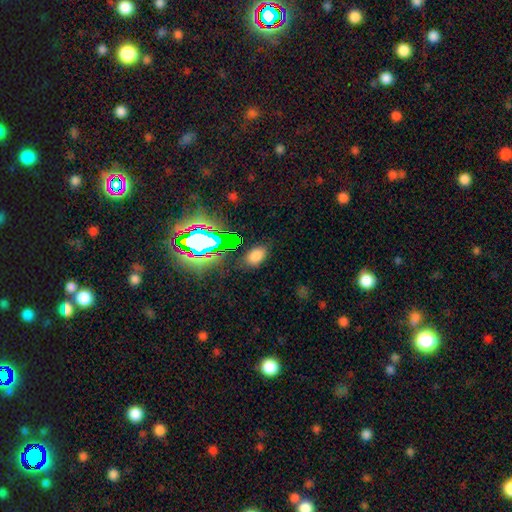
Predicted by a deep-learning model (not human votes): A smooth galaxy with no disk features (72%) that is in between round and cigar-shaped (87%).

Vote fractions:
- Smooth or featured? smooth: 72% / star or artifact: 21% / featured or disk: 7%
- How rounded? in between: 87% / round: 12% / cigar-shaped: 1%
- Merging? none: 80% / minor disturbance: 13% / major disturbance: 4% / merger: 3%